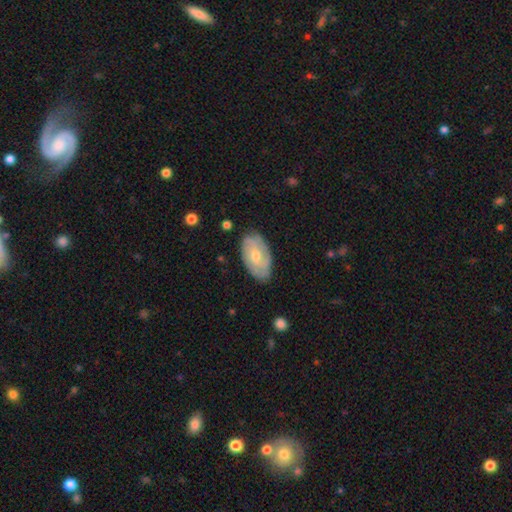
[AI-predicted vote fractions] This appears to be a featured or disk galaxy (56%) with no bar (67%), spiral arms (68%) and a moderate central bulge (58%). Merging: none (76%).